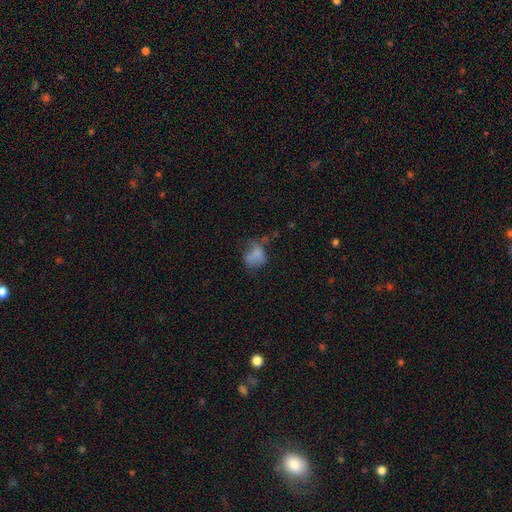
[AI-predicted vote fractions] A smooth galaxy with no disk features (68%) that is in between round and cigar-shaped (59%). Merging: none (34%).